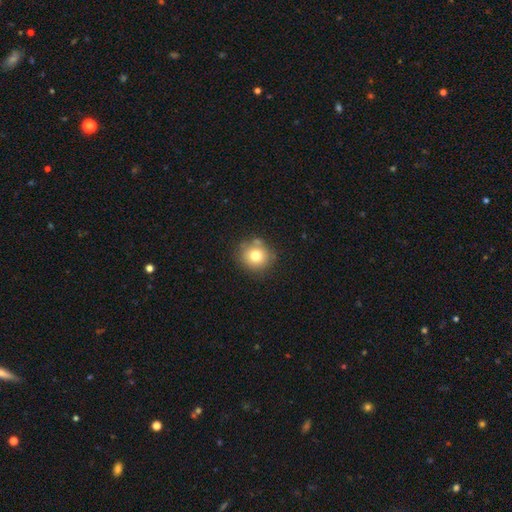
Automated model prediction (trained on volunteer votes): A smooth galaxy with no disk features (76%) that is round (90%).

Vote fractions:
- Smooth or featured? smooth: 76% / star or artifact: 12% / featured or disk: 12%
- How rounded? round: 90% / in between: 9% / cigar-shaped: 1%
- Merging? none: 78% / minor disturbance: 12% / merger: 6% / major disturbance: 3%